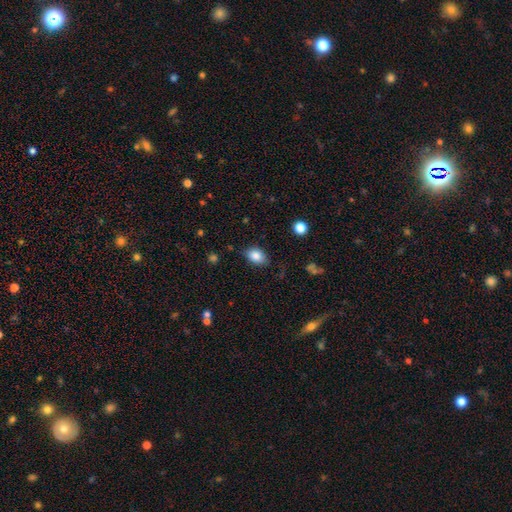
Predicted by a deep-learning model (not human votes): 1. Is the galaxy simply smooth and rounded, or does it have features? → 85% smooth, 9% star or artifact, 7% featured or disk.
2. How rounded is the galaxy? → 79% in between, 20% round, 1% cigar-shaped.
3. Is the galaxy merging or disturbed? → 78% none, 17% minor disturbance, 4% major disturbance, 2% merger.